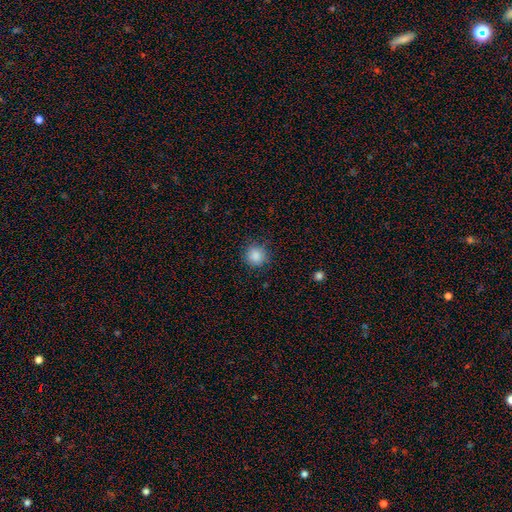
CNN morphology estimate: Smooth or featured?
  - smooth: 86% *
  - star or artifact: 10%
  - featured or disk: 4%
How rounded?
  - round: 90% *
  - in between: 9%
  - cigar-shaped: 1%
Merging?
  - none: 86% *
  - minor disturbance: 10%
  - major disturbance: 3%
  - merger: 1%